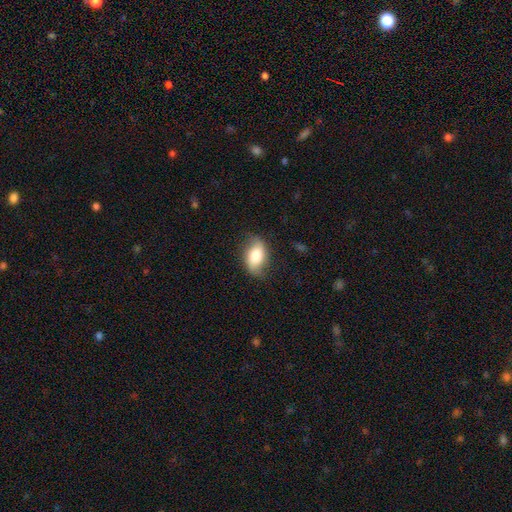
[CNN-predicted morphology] Smooth or featured?
  - smooth: 64% *
  - featured or disk: 29%
  - star or artifact: 7%
How rounded?
  - in between: 88% *
  - round: 9%
  - cigar-shaped: 3%
Merging?
  - none: 73% *
  - minor disturbance: 20%
  - major disturbance: 6%
  - merger: 1%